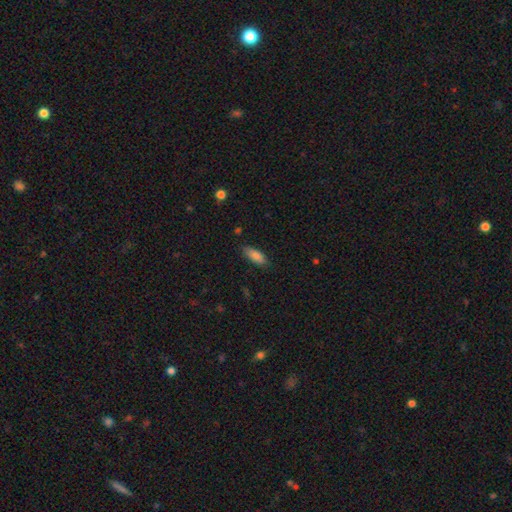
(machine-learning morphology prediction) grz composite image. It shows a smooth galaxy with no disk features (84%) that is in between round and cigar-shaped (71%). Merging: none (83%).